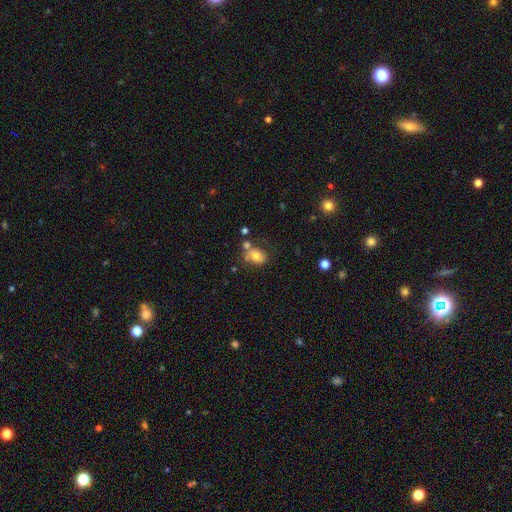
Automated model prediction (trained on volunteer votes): Smooth or featured?
  - smooth: 70% *
  - featured or disk: 19%
  - star or artifact: 11%
How rounded?
  - in between: 69% *
  - round: 30%
  - cigar-shaped: 1%
Merging?
  - none: 47% *
  - merger: 23%
  - minor disturbance: 21%
  - major disturbance: 9%